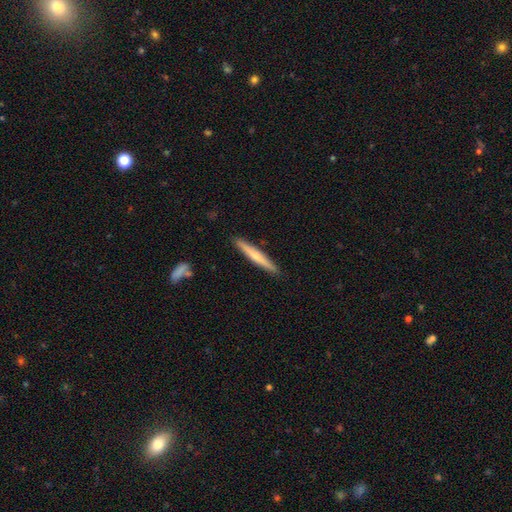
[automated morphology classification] Overall: smooth (55%; featured or disk 40%). How rounded: cigar-shaped (96%). Merging: none (91%).